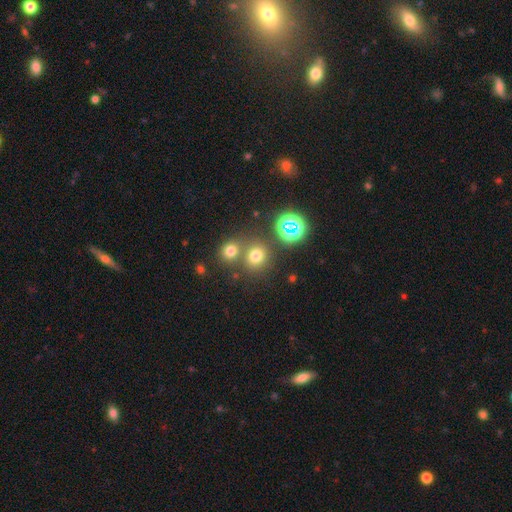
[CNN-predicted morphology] A smooth galaxy with no disk features (67%) that is round (84%). Merging: none (64%).